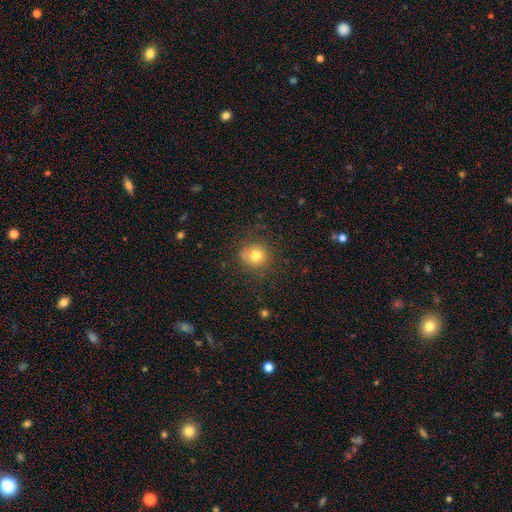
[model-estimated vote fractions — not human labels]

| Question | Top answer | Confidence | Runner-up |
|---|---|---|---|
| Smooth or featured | smooth | 77% | star or artifact (14%) |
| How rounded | round | 88% | in between (11%) |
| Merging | none | 77% | minor disturbance (13%) |